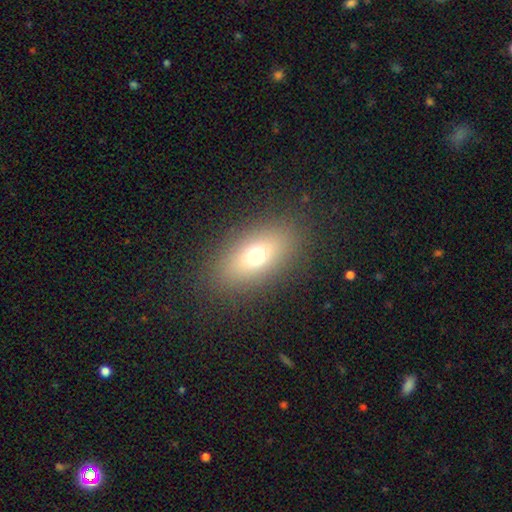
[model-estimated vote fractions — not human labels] smooth_or_featured: smooth (p=0.67) [alt: featured or disk p=0.18]
how_rounded: in between (p=0.80) [alt: round p=0.15]
merging: none (p=0.85) [alt: minor disturbance p=0.08]